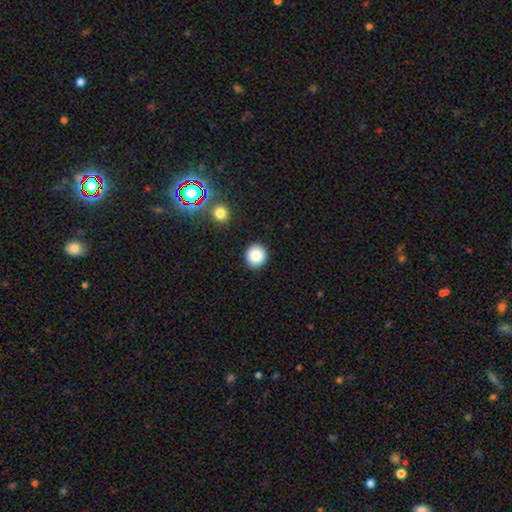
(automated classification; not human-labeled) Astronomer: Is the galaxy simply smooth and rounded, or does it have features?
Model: smooth — 86%.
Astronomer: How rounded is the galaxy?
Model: round — 94%.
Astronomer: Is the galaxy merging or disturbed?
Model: none — 91%.